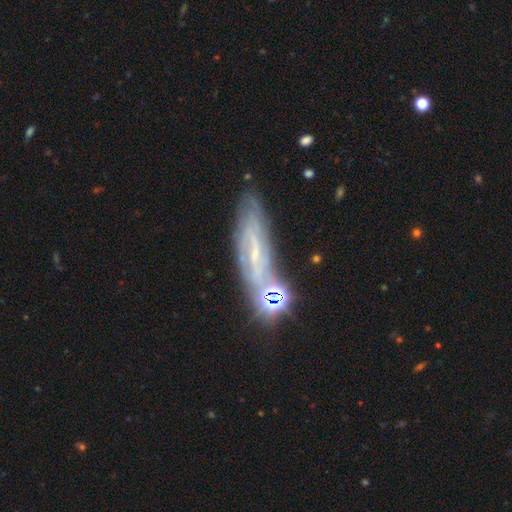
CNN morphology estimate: type=featured or disk (65%); edge-on=no (65%); merging=none (58%).